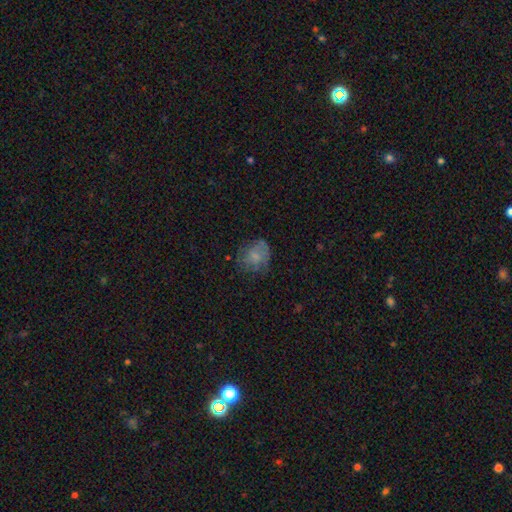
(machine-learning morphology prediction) Smooth or featured? smooth (59%)
How rounded? round (60%)
Merging? none (57%)